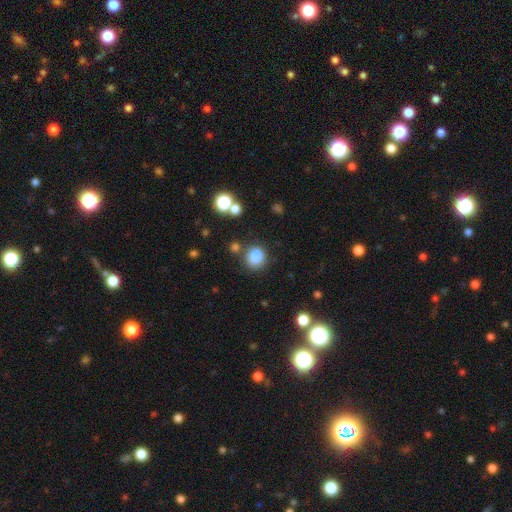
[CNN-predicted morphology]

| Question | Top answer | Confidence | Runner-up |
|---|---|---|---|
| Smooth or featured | smooth | 82% | star or artifact (12%) |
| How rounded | round | 80% | in between (19%) |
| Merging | none | 74% | minor disturbance (13%) |